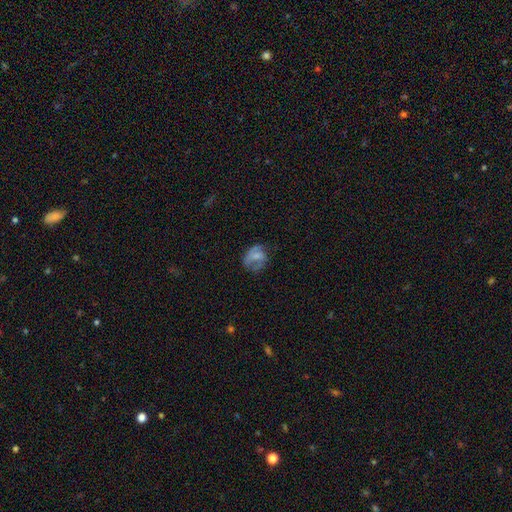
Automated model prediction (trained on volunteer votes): A smooth galaxy with no disk features (53%) that is round (56%).

Vote fractions:
- Smooth or featured? smooth: 53% / featured or disk: 37% / star or artifact: 10%
- How rounded? round: 56% / in between: 43% / cigar-shaped: 1%
- Merging? none: 48% / minor disturbance: 28% / major disturbance: 22% / merger: 2%